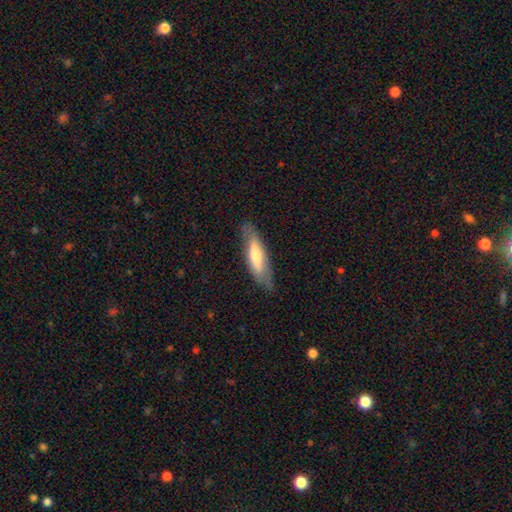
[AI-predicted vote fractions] Smooth or featured: smooth — 54% (featured or disk — 40%)
How rounded: cigar-shaped — 61% (in between — 38%)
Merging: none — 77% (minor disturbance — 18%)